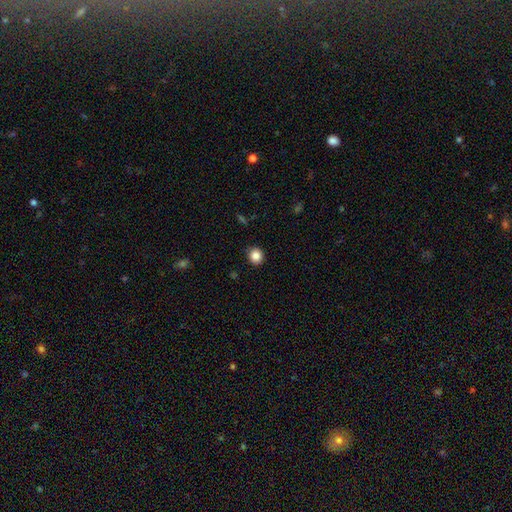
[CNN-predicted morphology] Q: Smooth or featured?
A: smooth (85%); runner-up: star or artifact (10%)
Q: How rounded?
A: round (85%); runner-up: in between (14%)
Q: Merging?
A: none (90%); runner-up: minor disturbance (7%)